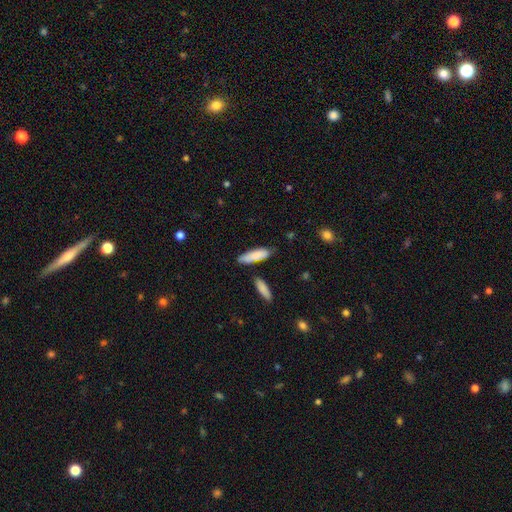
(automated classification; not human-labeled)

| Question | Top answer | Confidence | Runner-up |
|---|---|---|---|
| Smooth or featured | smooth | 84% | featured or disk (10%) |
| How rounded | cigar-shaped | 56% | in between (43%) |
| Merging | none | 74% | minor disturbance (16%) |